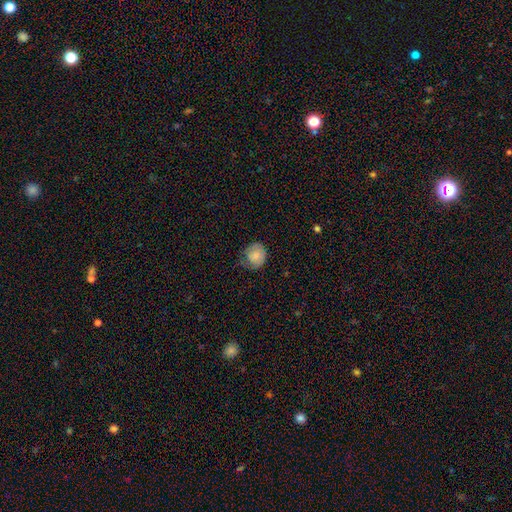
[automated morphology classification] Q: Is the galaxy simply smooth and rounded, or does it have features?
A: smooth — 77%.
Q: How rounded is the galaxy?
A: round — 77%.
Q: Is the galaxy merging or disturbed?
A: none — 52%.